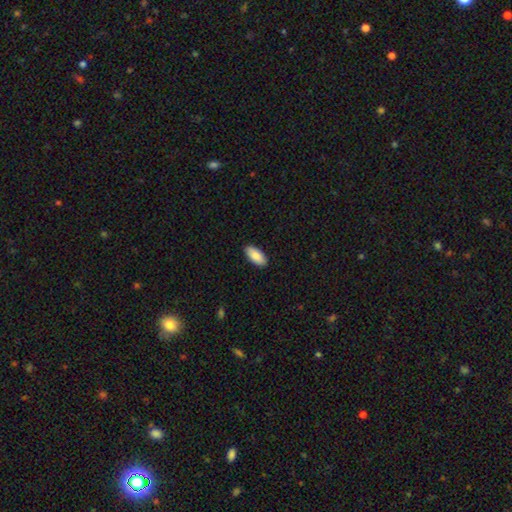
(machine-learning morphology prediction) smooth-or-featured: smooth: 89% | star or artifact: 6% | featured or disk: 6%
  how-rounded: in between: 91% | cigar-shaped: 7% | round: 2%
  merging: none: 90% | minor disturbance: 8% | major disturbance: 2% | merger: 1%